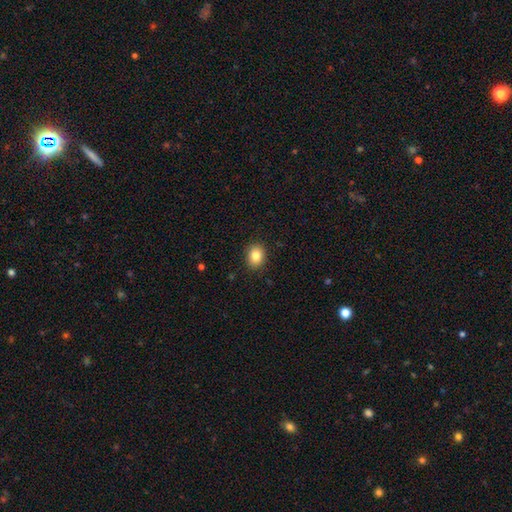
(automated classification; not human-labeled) smooth-or-featured: smooth: 84% | star or artifact: 10% | featured or disk: 7%
  how-rounded: in between: 50% | round: 49% | cigar-shaped: 1%
  merging: none: 89% | minor disturbance: 8% | major disturbance: 2% | merger: 1%